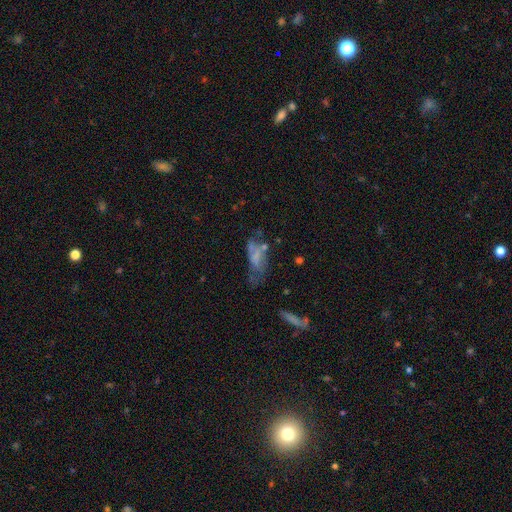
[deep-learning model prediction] Morphology: type=smooth (48%); merging=major disturbance (32%).